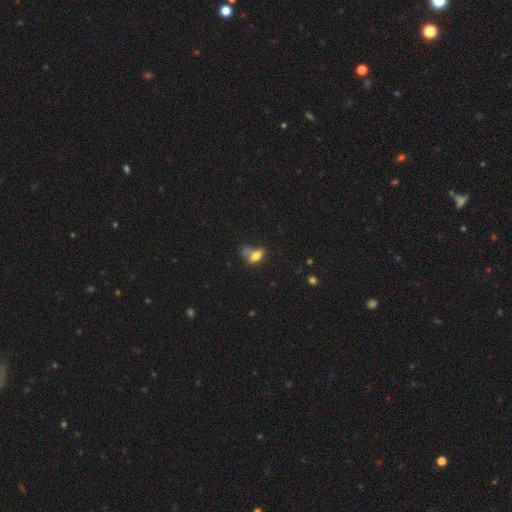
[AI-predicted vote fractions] A smooth galaxy with no disk features (72%) that is in between round and cigar-shaped (80%).

Vote fractions:
- Smooth or featured? smooth: 72% / featured or disk: 16% / star or artifact: 11%
- How rounded? in between: 80% / round: 12% / cigar-shaped: 7%
- Merging? none: 30% / minor disturbance: 26% / major disturbance: 23% / merger: 20%